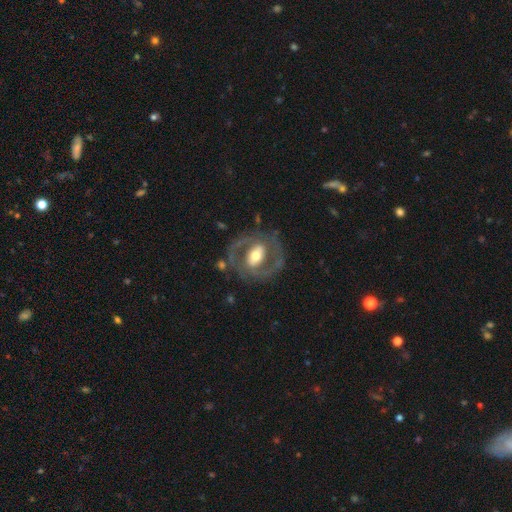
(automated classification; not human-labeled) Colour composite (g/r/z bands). It shows a featured or disk galaxy (79%) with a strong bar (37%), 2 (86%) medium (50%) spiral arms (74%) and a moderate central bulge (65%). Merging: none (74%).